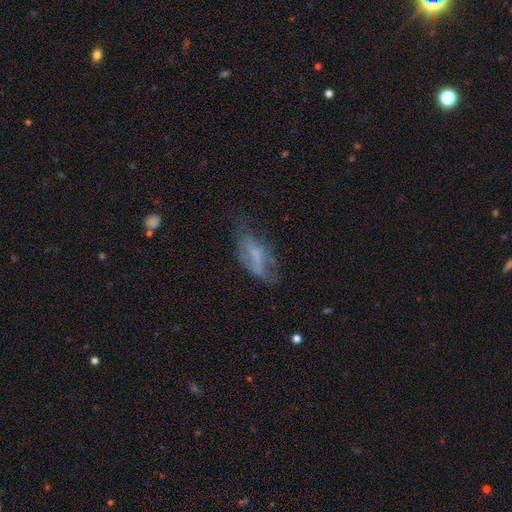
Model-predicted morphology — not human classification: A smooth galaxy with no disk features (46%). Merging: none (39%).